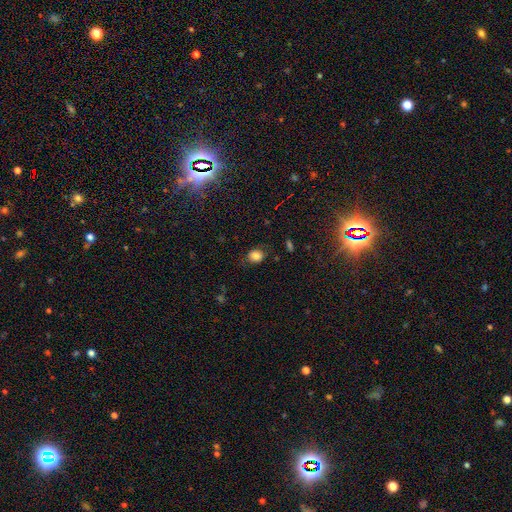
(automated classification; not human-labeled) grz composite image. It shows a smooth galaxy with no disk features (82%) that is round (53%). Merging: none (75%).